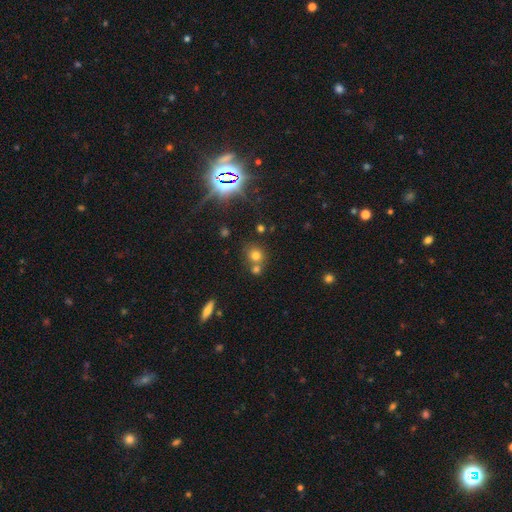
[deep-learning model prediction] Smooth or featured? Predicted: smooth (p=0.68). How rounded? Predicted: round (p=0.83). Merging? Predicted: none (p=0.54).